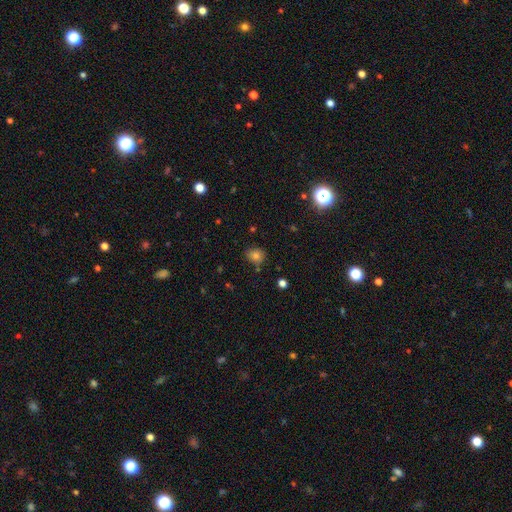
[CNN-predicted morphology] smooth-or-featured: smooth: 78% | star or artifact: 15% | featured or disk: 8%
  how-rounded: round: 70% | in between: 29% | cigar-shaped: 1%
  merging: none: 76% | minor disturbance: 17% | merger: 4% | major disturbance: 3%